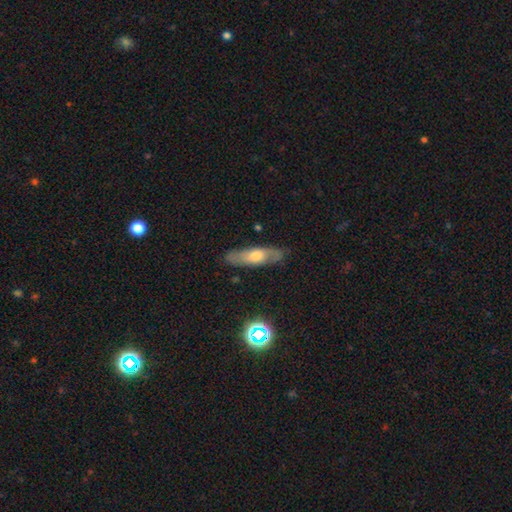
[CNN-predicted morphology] smooth_or_featured: featured or disk (p=0.47) [alt: smooth p=0.45]
merging: none (p=0.82) [alt: minor disturbance p=0.13]